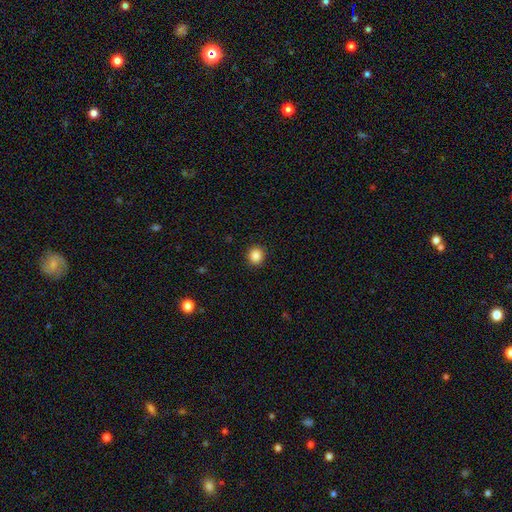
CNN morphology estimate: Q: Smooth or featured?
A: smooth (87%); runner-up: star or artifact (10%)
Q: How rounded?
A: round (90%); runner-up: in between (9%)
Q: Merging?
A: none (92%); runner-up: minor disturbance (5%)